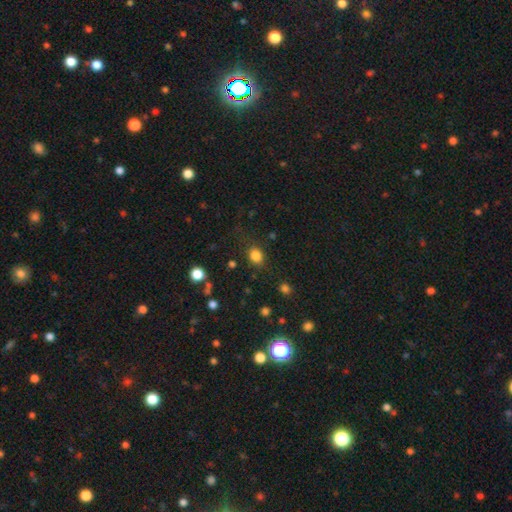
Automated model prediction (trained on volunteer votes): Smooth or featured?
  - smooth: 83% *
  - star or artifact: 12%
  - featured or disk: 5%
How rounded?
  - round: 50% *
  - in between: 48%
  - cigar-shaped: 1%
Merging?
  - none: 80% *
  - minor disturbance: 13%
  - major disturbance: 5%
  - merger: 2%